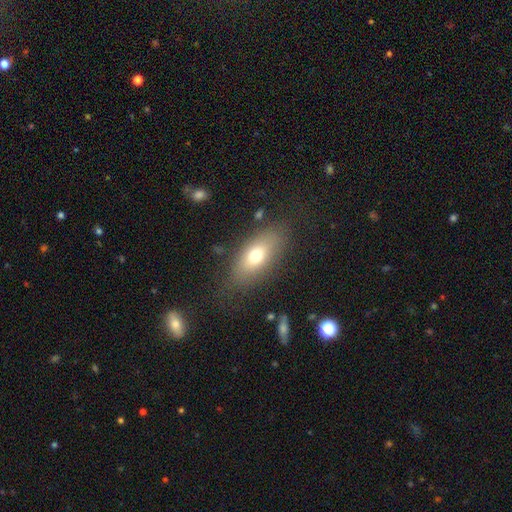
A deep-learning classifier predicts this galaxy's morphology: Smooth or featured? smooth (70%)
How rounded? in between (82%)
Merging? none (77%)